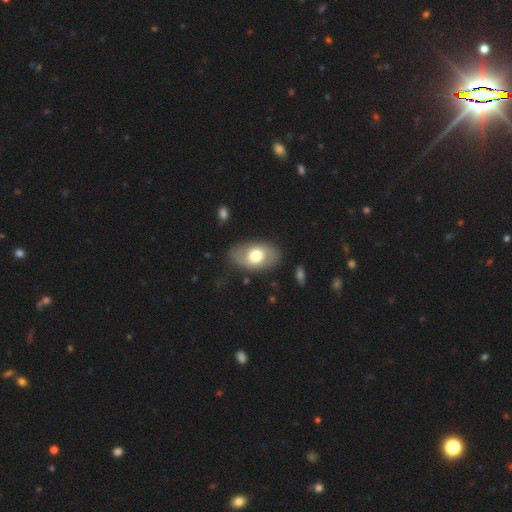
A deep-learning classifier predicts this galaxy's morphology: A smooth galaxy with no disk features (57%) that is in between round and cigar-shaped (89%).

Vote fractions:
- Smooth or featured? smooth: 57% / featured or disk: 37% / star or artifact: 6%
- How rounded? in between: 89% / round: 10% / cigar-shaped: 1%
- Merging? none: 75% / minor disturbance: 17% / major disturbance: 6% / merger: 2%